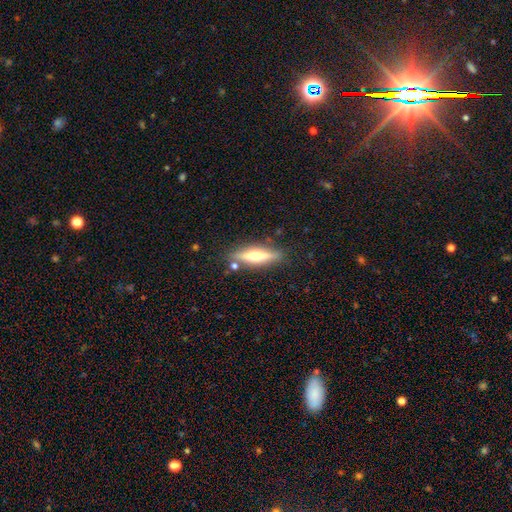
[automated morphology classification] Smooth or featured?
  - featured or disk: 66% *
  - smooth: 28%
  - star or artifact: 6%
Edge-on disk?
  - yes: 95% *
  - no: 5%
Edge-on bulge?
  - rounded: 94% *
  - boxy: 3%
  - none: 3%
Merging?
  - none: 83% *
  - minor disturbance: 10%
  - merger: 4%
  - major disturbance: 3%